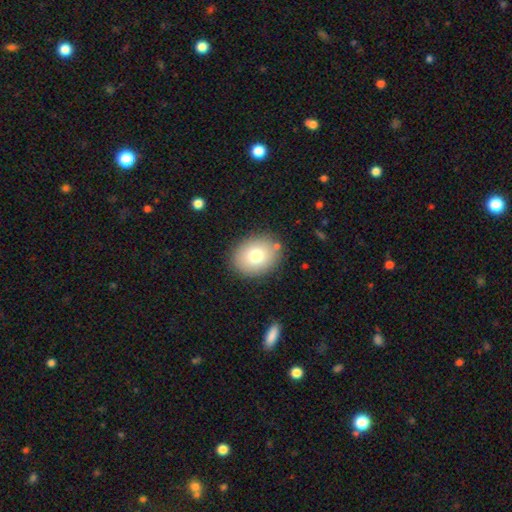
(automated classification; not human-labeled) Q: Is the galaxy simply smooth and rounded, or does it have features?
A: smooth — 76%.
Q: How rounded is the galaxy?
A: in between — 52%.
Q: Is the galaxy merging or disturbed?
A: none — 86%.